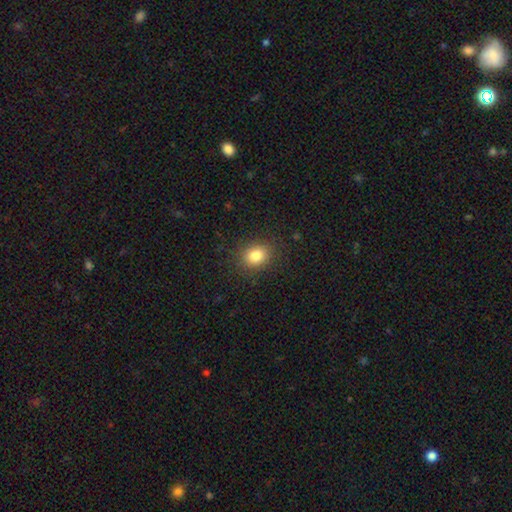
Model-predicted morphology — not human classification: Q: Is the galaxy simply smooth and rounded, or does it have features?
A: smooth — 82%.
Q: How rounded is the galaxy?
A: round — 57%.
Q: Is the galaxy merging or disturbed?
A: none — 87%.